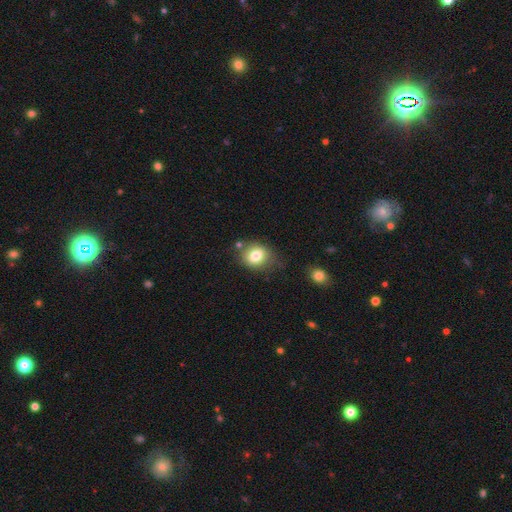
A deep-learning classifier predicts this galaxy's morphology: smooth 77%, featured or disk 13%, star or artifact 10%. Down the decision tree: how rounded — round (61%); merging — none (68%).